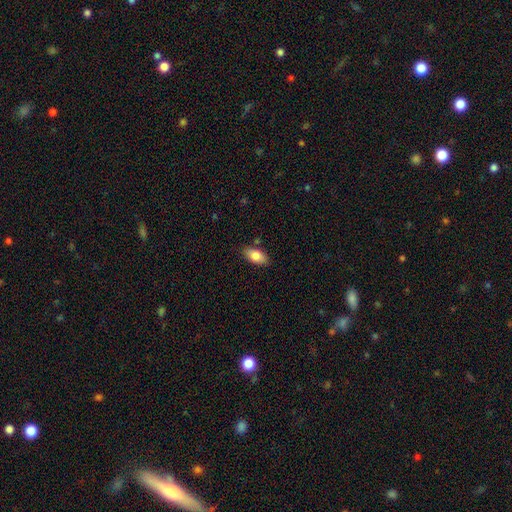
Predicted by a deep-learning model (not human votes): Overall: smooth (81%). How rounded: in between (91%). Merging: none (85%).